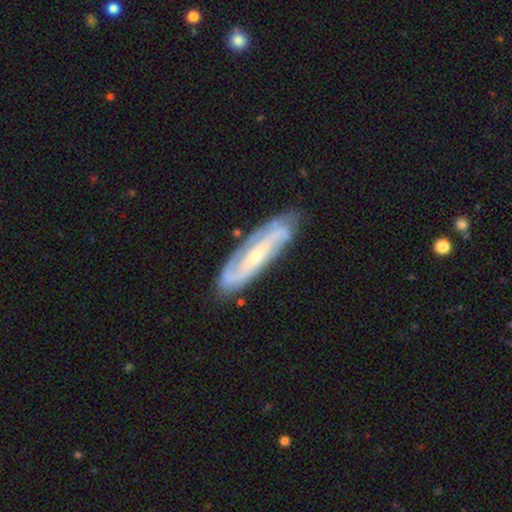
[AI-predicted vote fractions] Smooth or featured? featured or disk (83%)
Edge-on disk? no (83%)
Bar? no (35%)
Spiral arms? yes (95%)
Spiral winding? tight (42%)
Spiral arm count? 2 (70%)
Bulge size? small (68%)
Merging? none (78%)